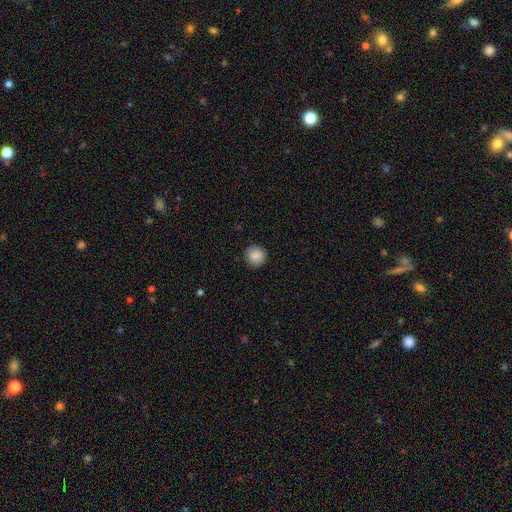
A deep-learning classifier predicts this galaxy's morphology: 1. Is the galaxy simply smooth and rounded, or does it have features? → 87% smooth, 8% star or artifact, 5% featured or disk.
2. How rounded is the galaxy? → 92% round, 7% in between, 1% cigar-shaped.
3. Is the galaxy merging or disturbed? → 89% none, 8% minor disturbance, 2% major disturbance, 1% merger.